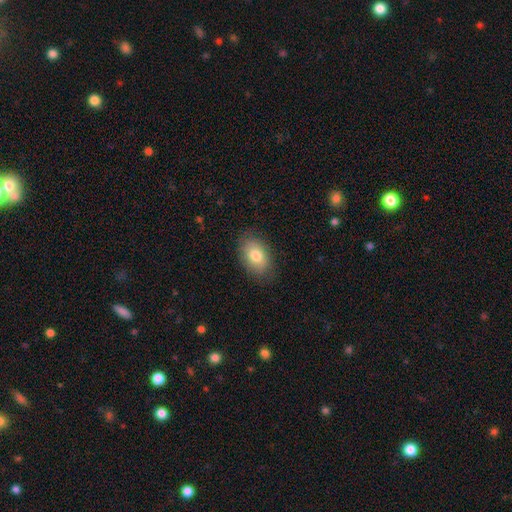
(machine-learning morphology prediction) Smooth or featured? Predicted: smooth (p=0.79). How rounded? Predicted: in between (p=0.87). Merging? Predicted: none (p=0.84).